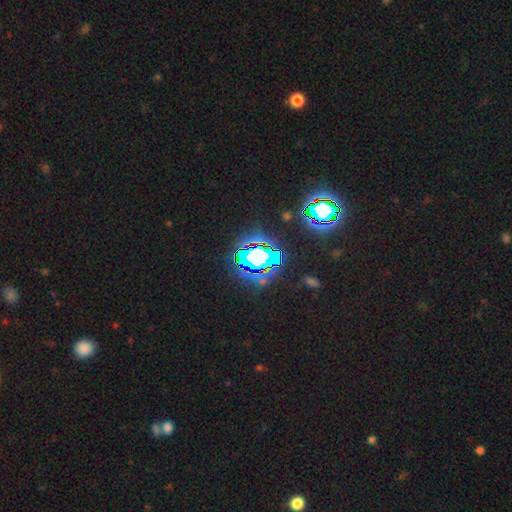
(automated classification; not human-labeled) smooth-or-featured: star or artifact: 61% | featured or disk: 20% | smooth: 19%